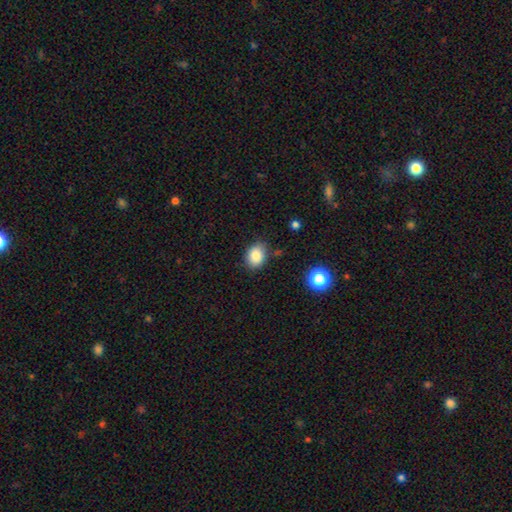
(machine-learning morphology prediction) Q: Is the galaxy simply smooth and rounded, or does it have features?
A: smooth — 85%.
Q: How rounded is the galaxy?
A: in between — 62%.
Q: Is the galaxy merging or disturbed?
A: none — 80%.